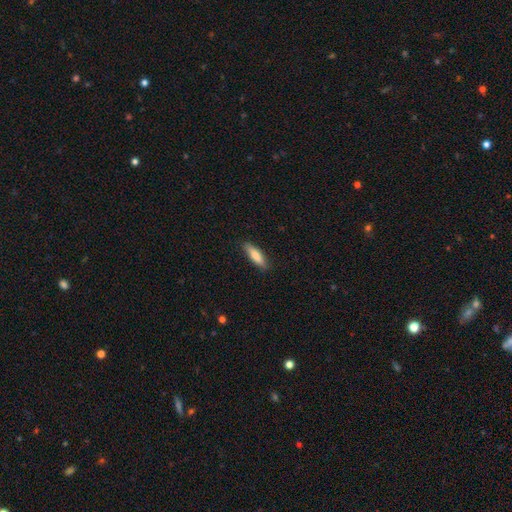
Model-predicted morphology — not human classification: The model was most divided on "how rounded": cigar-shaped: 59%, in between: 39%, round: 2%. More confident: merging — none (86%); smooth or featured — smooth (81%).